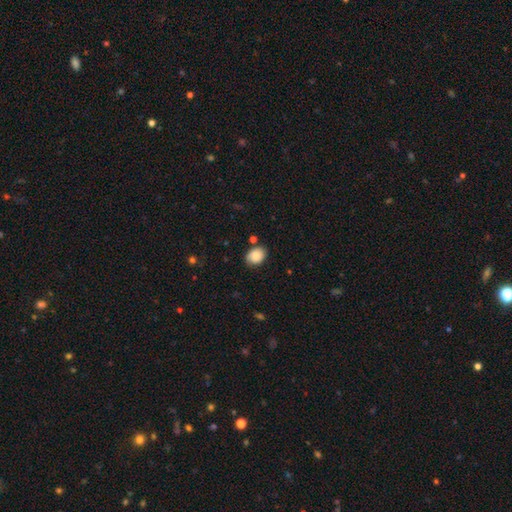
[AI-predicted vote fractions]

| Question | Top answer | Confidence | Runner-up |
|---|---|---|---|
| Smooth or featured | smooth | 87% | star or artifact (8%) |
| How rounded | in between | 63% | round (36%) |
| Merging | none | 80% | minor disturbance (13%) |